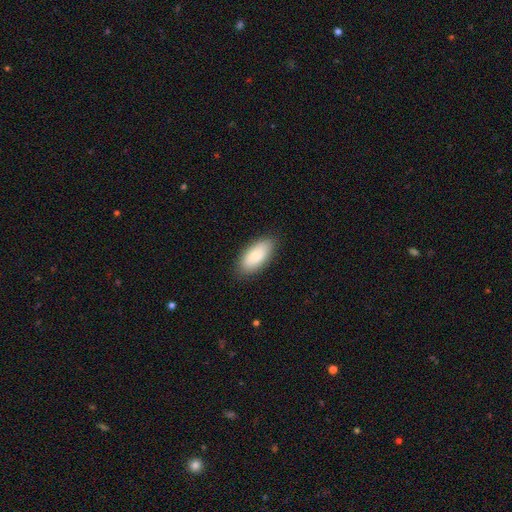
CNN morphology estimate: The model was most divided on "smooth or featured": smooth: 79%, featured or disk: 15%, star or artifact: 6%. More confident: how rounded — in between (91%); merging — none (86%).